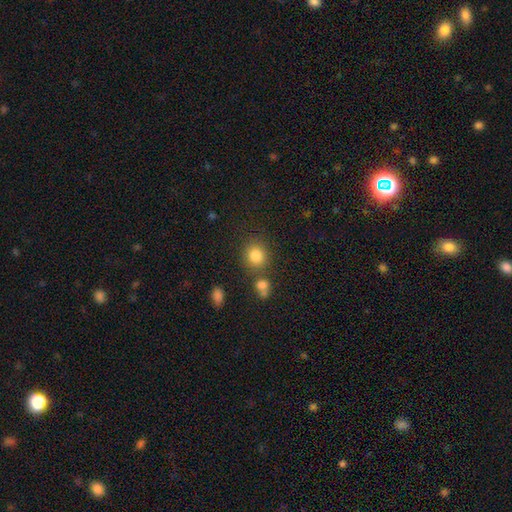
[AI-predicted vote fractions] This is clearly a smooth galaxy (82%). How rounded: clearly round (83%). Merging: likely none (75%).